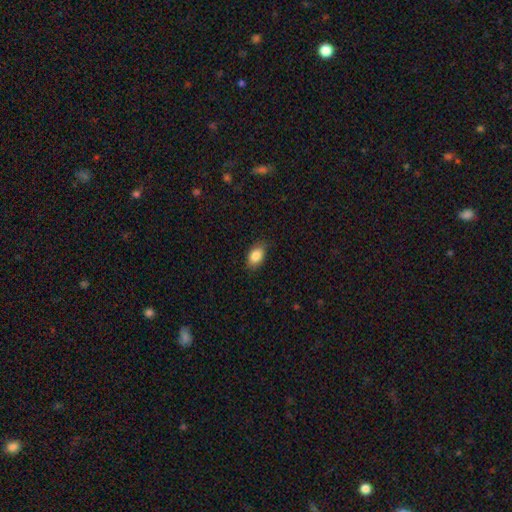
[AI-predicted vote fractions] smooth 86%, star or artifact 7%, featured or disk 7%. Down the decision tree: how rounded — in between (89%); merging — none (82%).